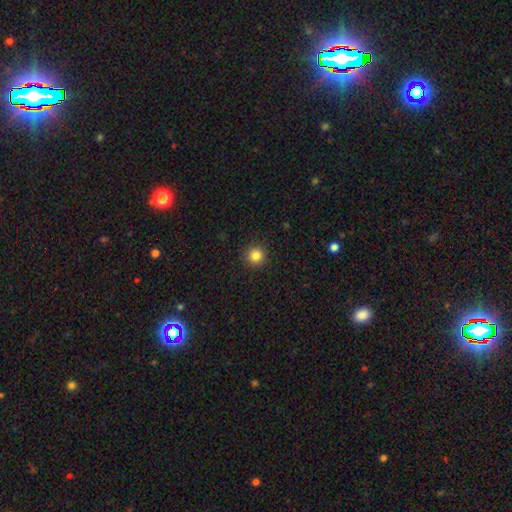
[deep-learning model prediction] Smooth or featured? Predicted: smooth (p=0.84). How rounded? Predicted: round (p=0.95). Merging? Predicted: none (p=0.91).